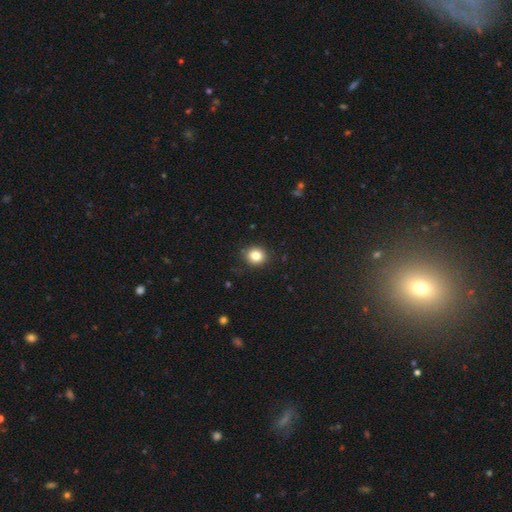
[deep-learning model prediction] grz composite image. It shows a smooth galaxy with no disk features (83%) that is round (78%). Merging: none (89%).